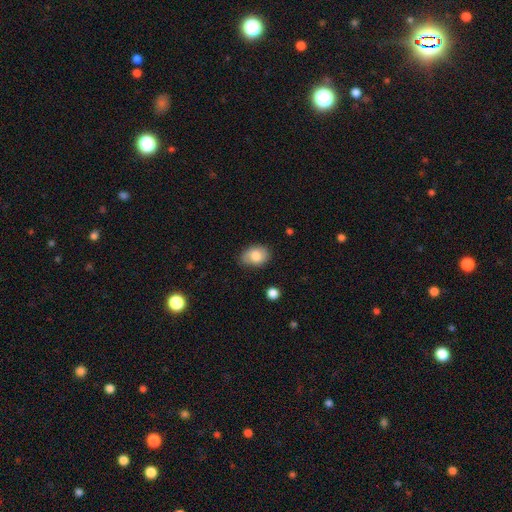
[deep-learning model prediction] The model was most divided on "merging": none: 72%, minor disturbance: 22%, major disturbance: 4%, merger: 2%. More confident: smooth or featured — smooth (82%); how rounded — in between (77%).